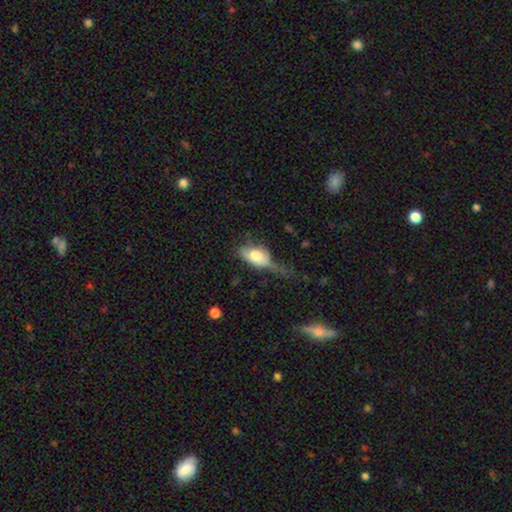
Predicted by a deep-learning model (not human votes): Smooth or featured?
  - smooth: 67% *
  - featured or disk: 25%
  - star or artifact: 8%
How rounded?
  - in between: 87% *
  - round: 8%
  - cigar-shaped: 5%
Merging?
  - major disturbance: 42% *
  - minor disturbance: 30%
  - none: 21%
  - merger: 7%